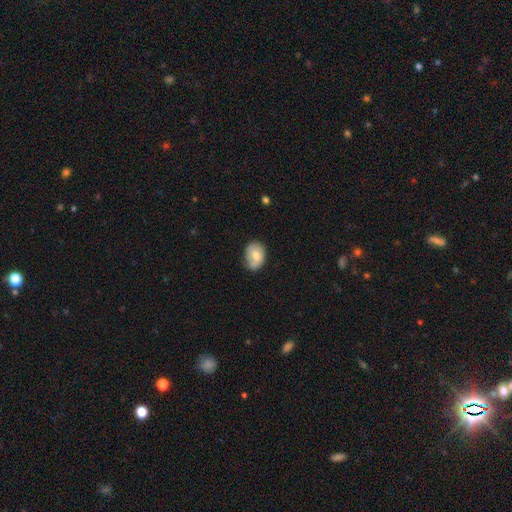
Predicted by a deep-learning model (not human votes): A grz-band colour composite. It shows a smooth galaxy with no disk features (62%) that is in between round and cigar-shaped (70%). Merging: none (57%).